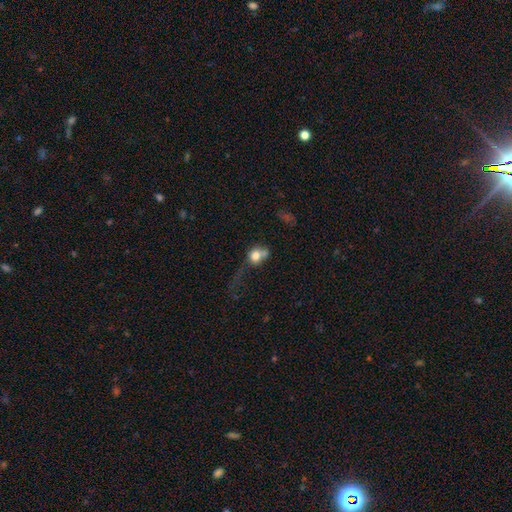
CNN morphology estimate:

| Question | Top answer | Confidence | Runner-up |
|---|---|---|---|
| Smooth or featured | smooth | 71% | featured or disk (19%) |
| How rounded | round | 67% | in between (31%) |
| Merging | major disturbance | 32% | merger (28%) |